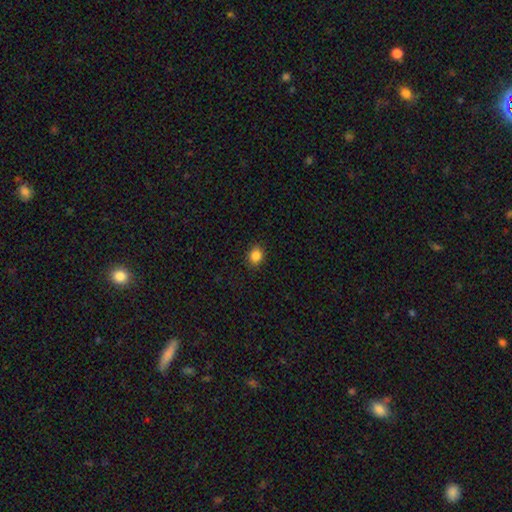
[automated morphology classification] Smooth or featured? smooth (85%)
How rounded? round (61%)
Merging? none (90%)